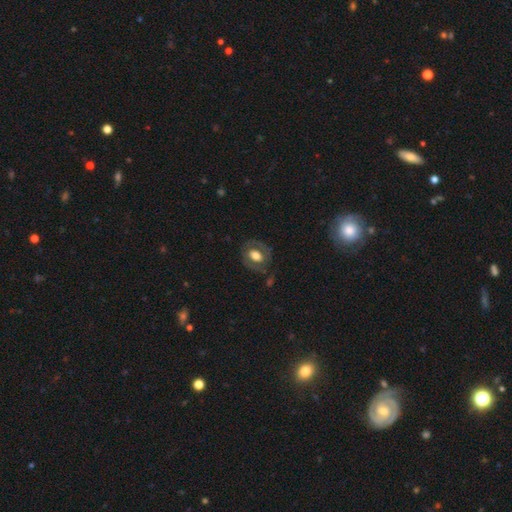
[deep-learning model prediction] A smooth galaxy with no disk features (49%). Merging: none (70%).